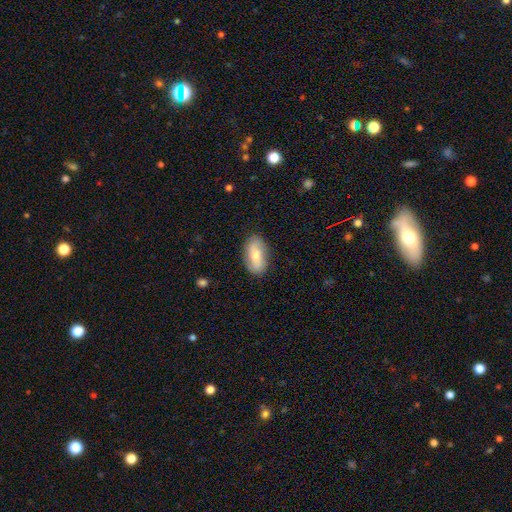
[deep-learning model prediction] A smooth galaxy with no disk features (64%) that is in between round and cigar-shaped (90%). Merging: none (83%).